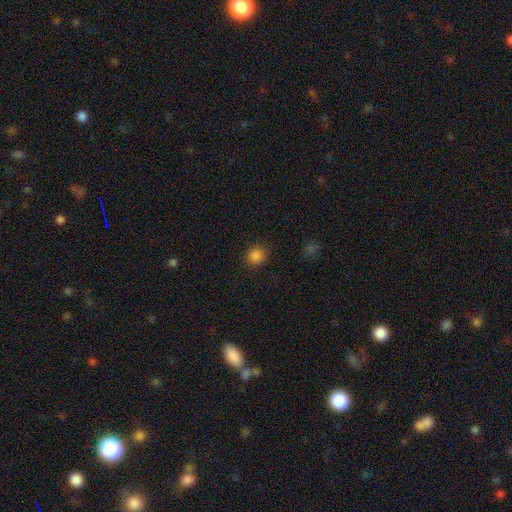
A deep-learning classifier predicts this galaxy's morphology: Q: Smooth or featured?
A: smooth (85%); runner-up: star or artifact (12%)
Q: How rounded?
A: round (88%); runner-up: in between (11%)
Q: Merging?
A: none (89%); runner-up: minor disturbance (7%)